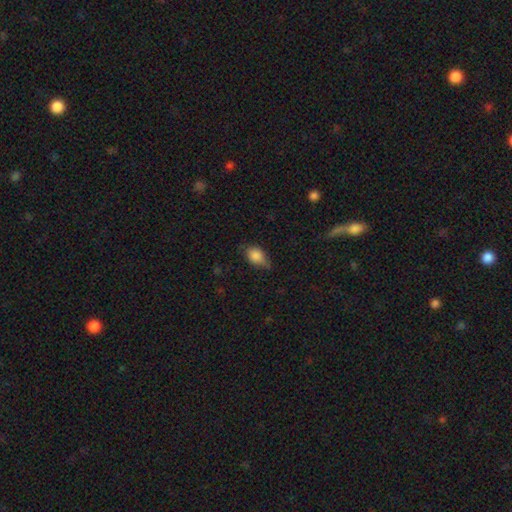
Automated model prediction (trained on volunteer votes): Smooth or featured? Predicted: smooth (p=0.83). How rounded? Predicted: in between (p=0.75). Merging? Predicted: none (p=0.51).